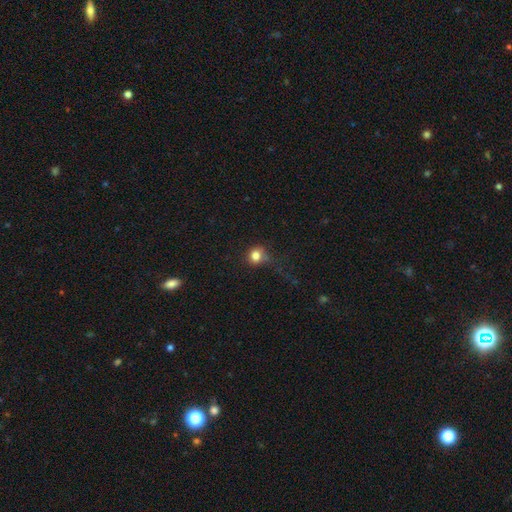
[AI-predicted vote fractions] A smooth galaxy with no disk features (80%) that is round (80%).

Vote fractions:
- Smooth or featured? smooth: 80% / star or artifact: 13% / featured or disk: 7%
- How rounded? round: 80% / in between: 19% / cigar-shaped: 1%
- Merging? none: 59% / minor disturbance: 24% / major disturbance: 14% / merger: 3%